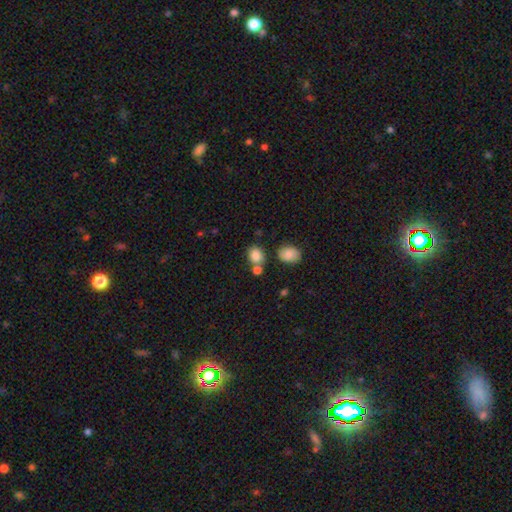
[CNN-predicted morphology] Overall: smooth (84%). How rounded: round (51%; in between 48%). Merging: none (60%; merger 24%).